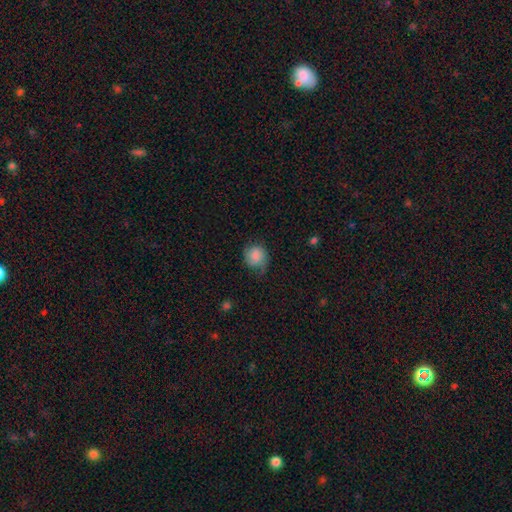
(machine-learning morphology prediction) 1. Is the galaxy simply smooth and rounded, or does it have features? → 70% smooth, 22% featured or disk, 8% star or artifact.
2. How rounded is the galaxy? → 76% round, 23% in between, 1% cigar-shaped.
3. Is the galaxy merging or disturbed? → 55% none, 31% minor disturbance, 13% major disturbance, 1% merger.